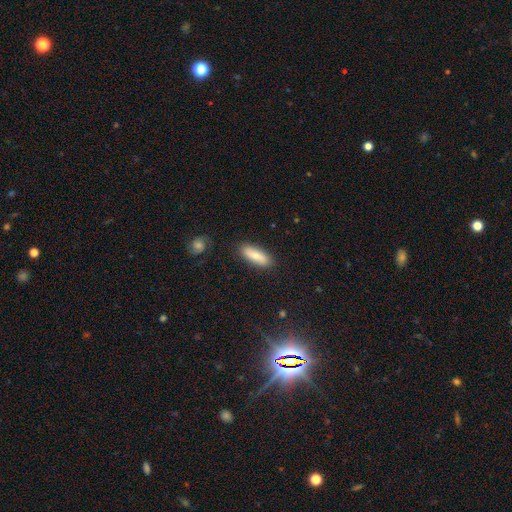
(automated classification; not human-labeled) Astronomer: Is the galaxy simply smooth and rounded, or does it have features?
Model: smooth — 76%.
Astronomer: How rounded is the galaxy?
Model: in between — 60% (runner-up: cigar-shaped, 38%).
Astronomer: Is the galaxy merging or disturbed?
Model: none — 86%.